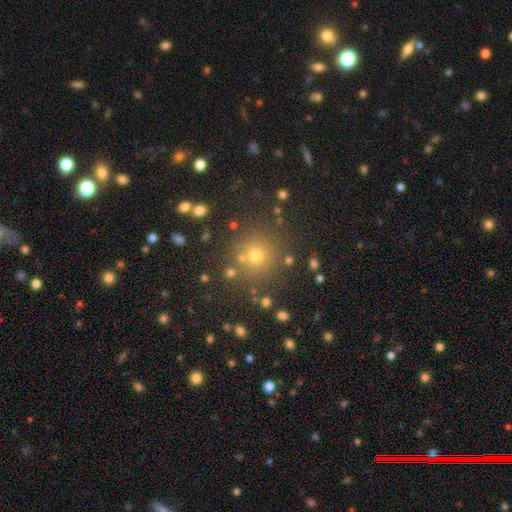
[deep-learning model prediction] The model was most divided on "smooth or featured": smooth: 68%, star or artifact: 23%, featured or disk: 9%. More confident: how rounded — round (93%); merging — none (82%).